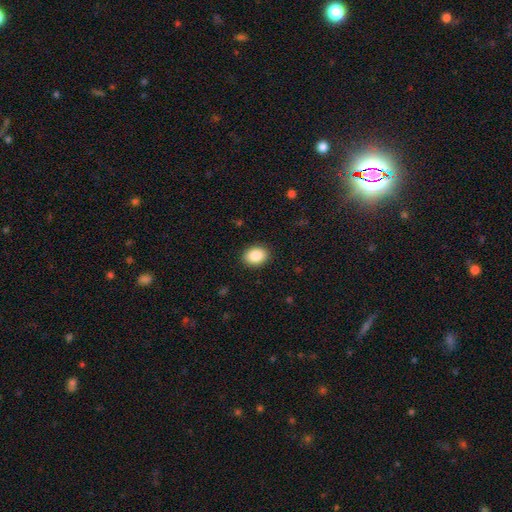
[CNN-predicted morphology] Q: Smooth or featured?
A: smooth (88%); runner-up: star or artifact (7%)
Q: How rounded?
A: in between (68%); runner-up: round (31%)
Q: Merging?
A: none (90%); runner-up: minor disturbance (7%)